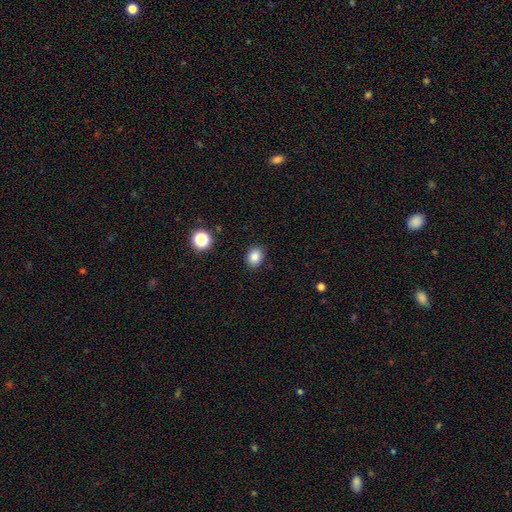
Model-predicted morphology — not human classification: This is clearly a smooth galaxy (84%). How rounded: possibly round (51%). Merging: clearly none (88%).